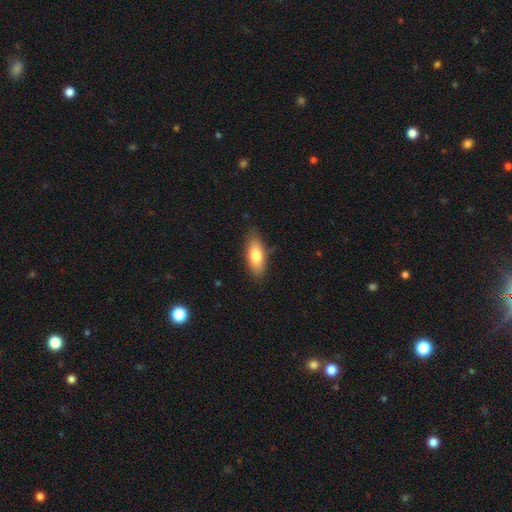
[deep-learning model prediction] Morphology: type=smooth (76%); roundness=in between (76%); merging=none (82%).